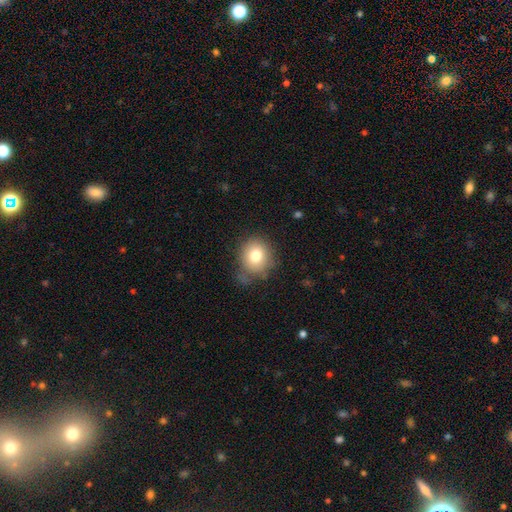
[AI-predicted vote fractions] Smooth or featured?
  - smooth: 77% *
  - featured or disk: 12%
  - star or artifact: 11%
How rounded?
  - round: 83% *
  - in between: 16%
  - cigar-shaped: 1%
Merging?
  - none: 72% *
  - minor disturbance: 18%
  - major disturbance: 6%
  - merger: 3%